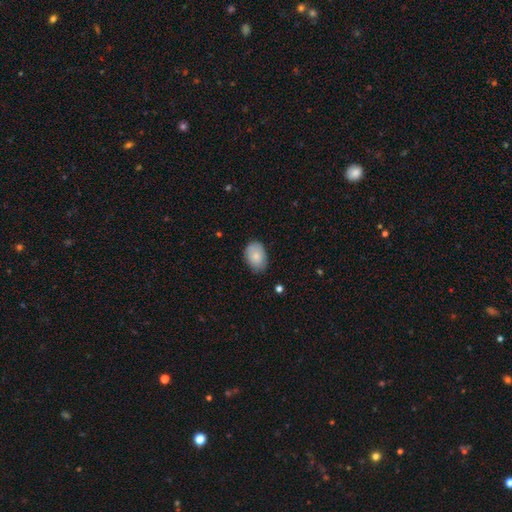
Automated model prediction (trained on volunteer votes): smooth_or_featured: smooth (p=0.81) [alt: featured or disk p=0.12]
how_rounded: in between (p=0.84) [alt: round p=0.15]
merging: none (p=0.75) [alt: minor disturbance p=0.21]